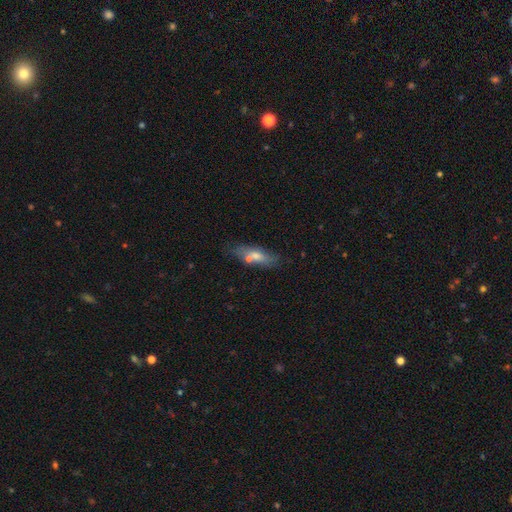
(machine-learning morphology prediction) This appears to be a smooth galaxy with no disk features (59%) that is cigar-shaped (55%). Merging: none (68%).